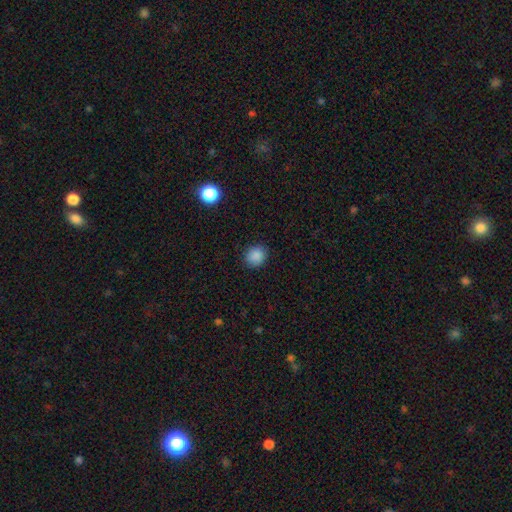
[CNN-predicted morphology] This appears to be a smooth galaxy with no disk features (87%) that is round (81%). Merging: none (87%).